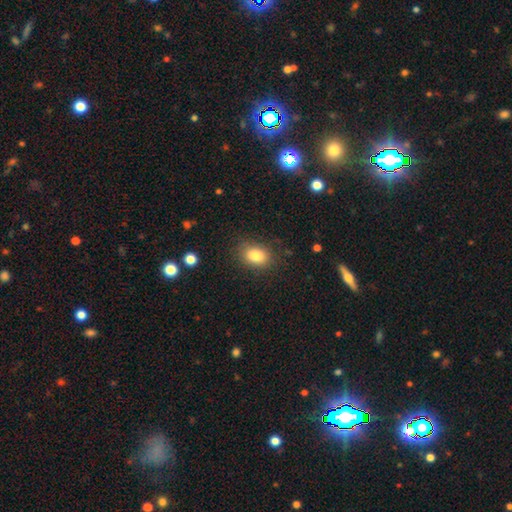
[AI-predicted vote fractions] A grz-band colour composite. It shows a smooth galaxy with no disk features (83%) that is in between round and cigar-shaped (73%). Merging: none (82%).